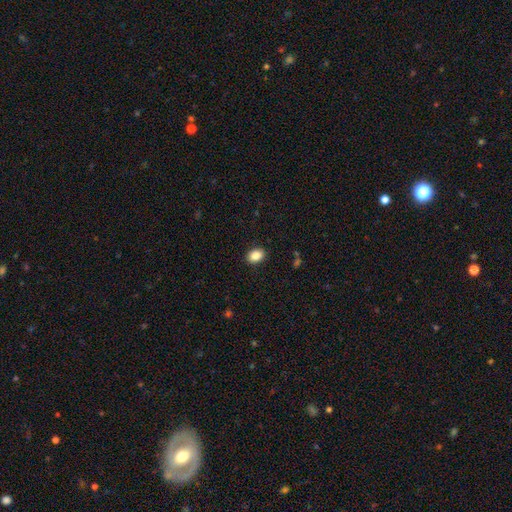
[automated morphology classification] smooth 87%, star or artifact 9%, featured or disk 5%. Down the decision tree: how rounded — in between (75%); merging — none (90%).